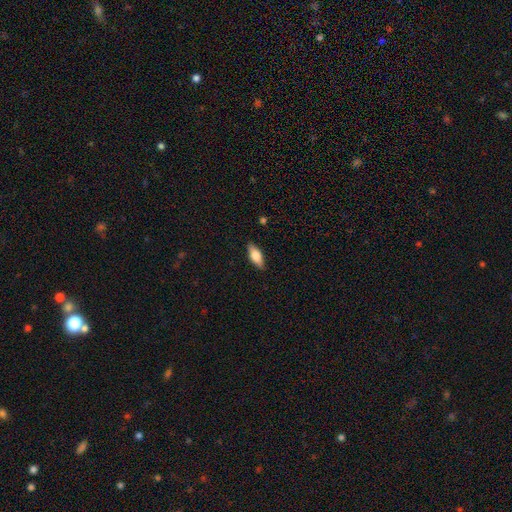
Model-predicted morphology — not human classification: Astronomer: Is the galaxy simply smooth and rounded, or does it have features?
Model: smooth — 67%.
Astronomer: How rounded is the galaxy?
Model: in between — 74%.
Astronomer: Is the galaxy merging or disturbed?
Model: none — 87%.